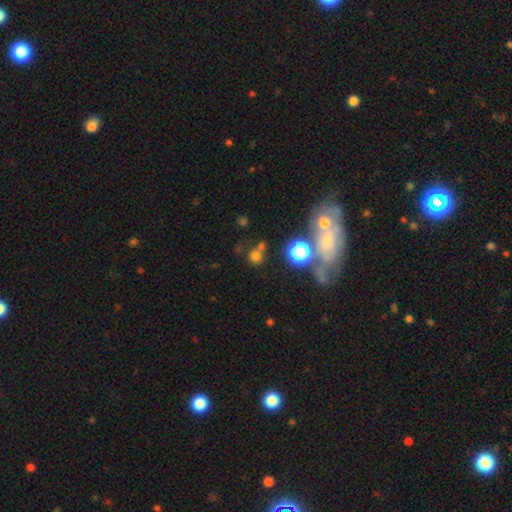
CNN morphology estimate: Q: Smooth or featured?
A: smooth (66%); runner-up: star or artifact (25%)
Q: How rounded?
A: round (89%); runner-up: in between (10%)
Q: Merging?
A: none (65%); runner-up: merger (19%)